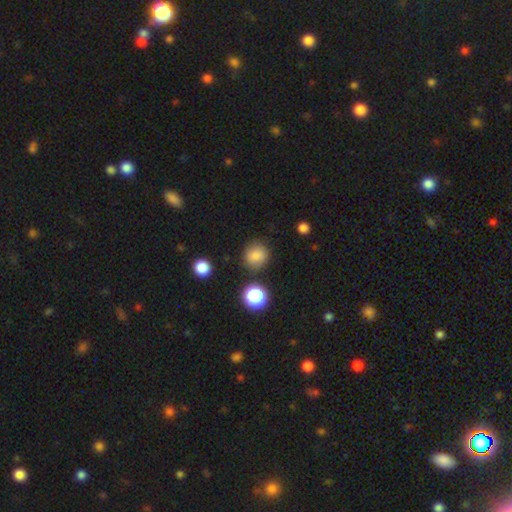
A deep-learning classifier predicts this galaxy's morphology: smooth_or_featured: smooth (p=0.82) [alt: star or artifact p=0.12]
how_rounded: round (p=0.89) [alt: in between p=0.10]
merging: none (p=0.83) [alt: minor disturbance p=0.10]